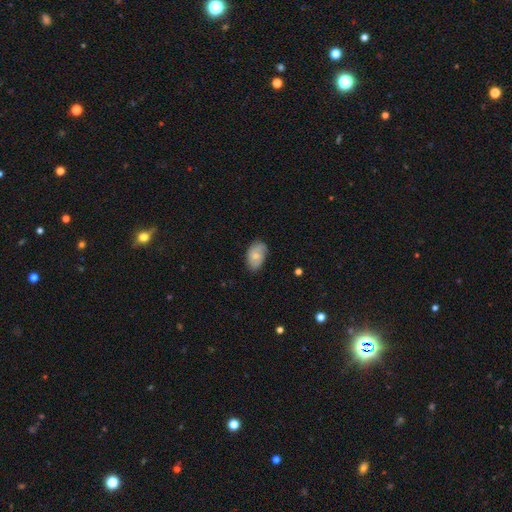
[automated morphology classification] Smooth or featured: smooth — 61% (featured or disk — 32%)
How rounded: in between — 88% (round — 10%)
Merging: none — 70% (minor disturbance — 24%)